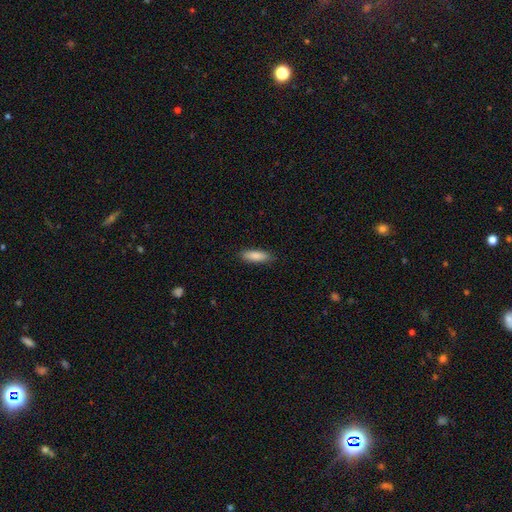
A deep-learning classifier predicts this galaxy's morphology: smooth 86%, featured or disk 8%, star or artifact 6%. Down the decision tree: how rounded — in between (50%); merging — none (88%).